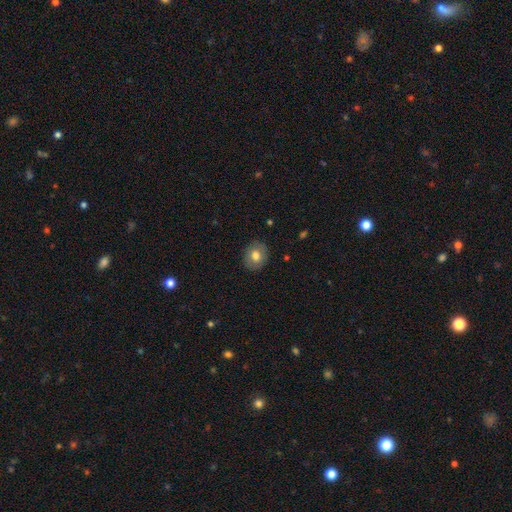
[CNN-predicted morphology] Smooth or featured? smooth (75%)
How rounded? round (64%)
Merging? none (88%)